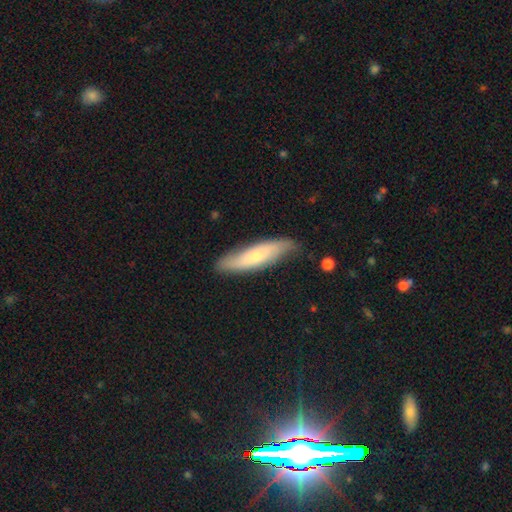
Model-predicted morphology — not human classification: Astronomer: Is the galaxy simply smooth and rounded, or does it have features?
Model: smooth — 54% (runner-up: featured or disk, 41%).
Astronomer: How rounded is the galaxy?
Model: cigar-shaped — 72%.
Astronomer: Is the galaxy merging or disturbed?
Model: none — 75%.